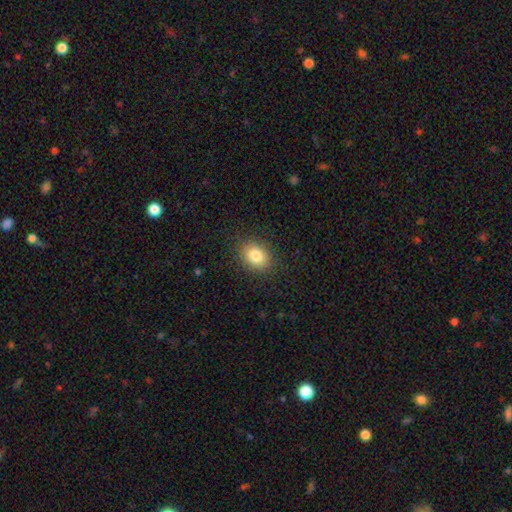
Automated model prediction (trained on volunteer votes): smooth-or-featured: smooth: 83% | star or artifact: 10% | featured or disk: 8%
  how-rounded: in between: 62% | round: 37% | cigar-shaped: 1%
  merging: none: 87% | minor disturbance: 9% | major disturbance: 3% | merger: 1%